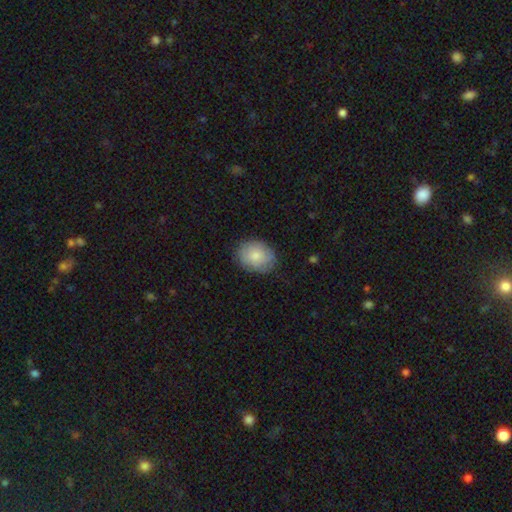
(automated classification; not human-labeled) Overall: smooth (78%). How rounded: in between (57%; round 42%). Merging: none (80%).